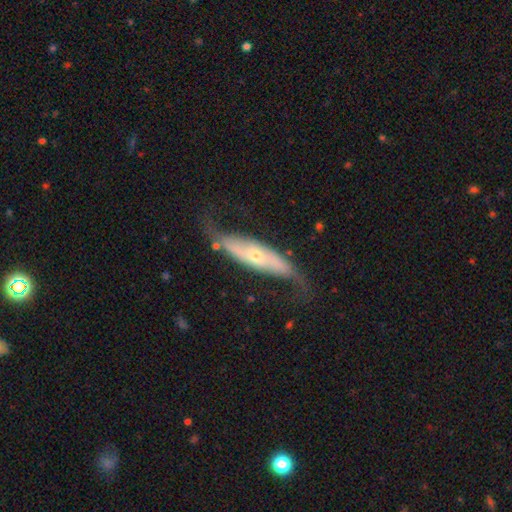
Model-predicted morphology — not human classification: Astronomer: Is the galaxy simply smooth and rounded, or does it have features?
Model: featured or disk — 76%.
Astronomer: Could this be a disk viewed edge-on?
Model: no — 72%.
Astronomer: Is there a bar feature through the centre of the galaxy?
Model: no — 57%.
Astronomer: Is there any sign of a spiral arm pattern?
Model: yes — 87%.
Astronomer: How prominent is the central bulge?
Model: small — 63%.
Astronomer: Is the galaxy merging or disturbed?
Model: none — 62%.